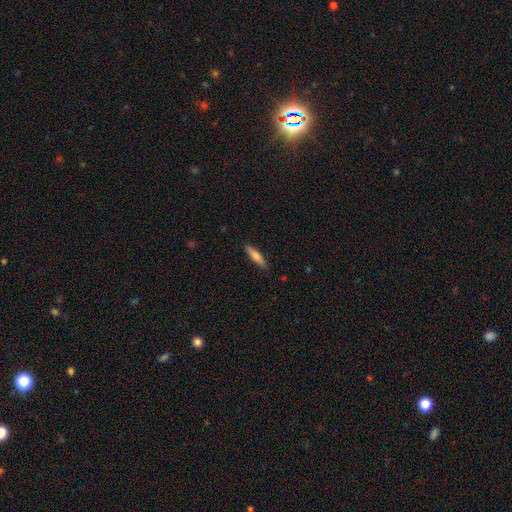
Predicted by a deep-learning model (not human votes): smooth_or_featured: smooth (p=0.69) [alt: featured or disk p=0.25]
how_rounded: cigar-shaped (p=0.80) [alt: in between p=0.19]
merging: none (p=0.87) [alt: minor disturbance p=0.10]